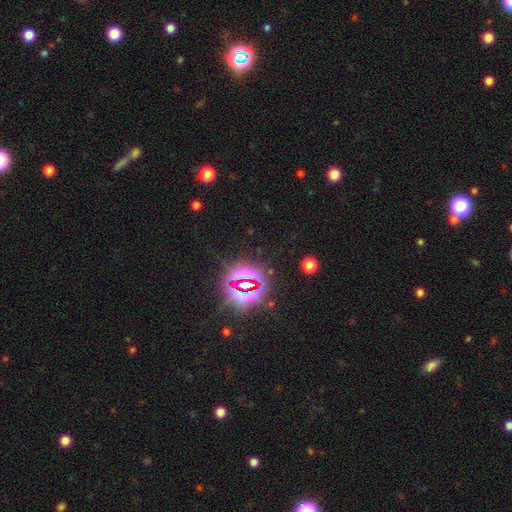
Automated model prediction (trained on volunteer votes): smooth_or_featured: star or artifact (p=0.81) [alt: smooth p=0.12]